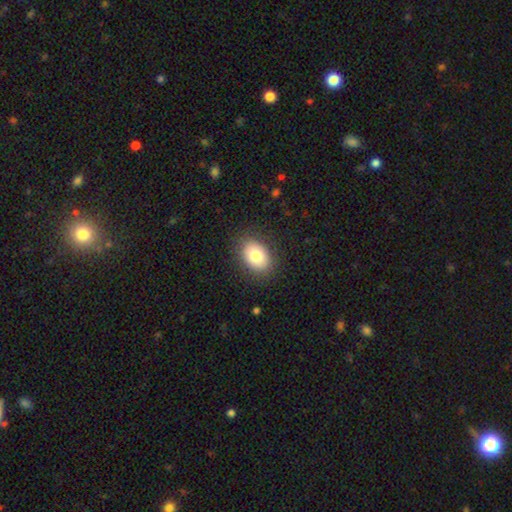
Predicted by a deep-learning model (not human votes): Smooth or featured? Predicted: smooth (p=0.80). How rounded? Predicted: in between (p=0.76). Merging? Predicted: none (p=0.86).